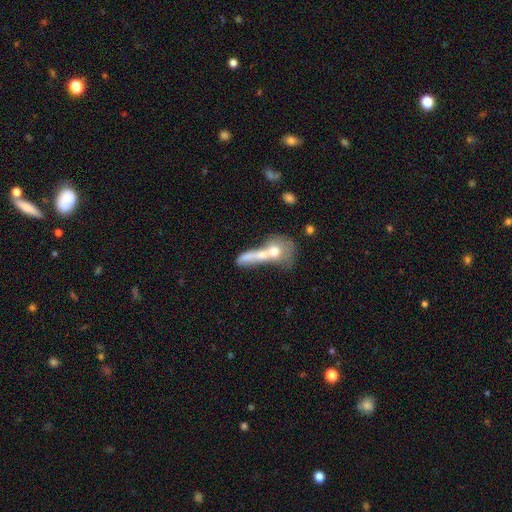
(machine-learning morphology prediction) type=smooth (56%); roundness=cigar-shaped (40%); merging=merger (66%).